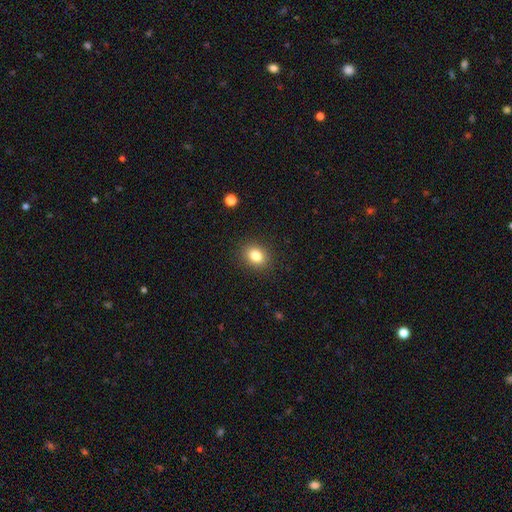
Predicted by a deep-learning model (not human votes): Smooth or featured?
  - smooth: 83% *
  - star or artifact: 11%
  - featured or disk: 7%
How rounded?
  - round: 53% *
  - in between: 46%
  - cigar-shaped: 1%
Merging?
  - none: 89% *
  - minor disturbance: 8%
  - major disturbance: 2%
  - merger: 1%